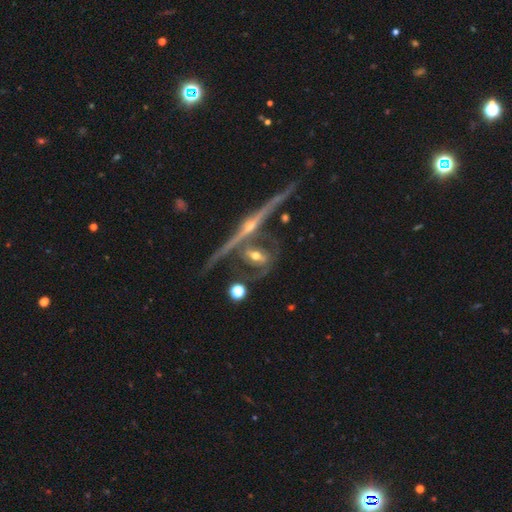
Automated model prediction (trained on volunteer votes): Smooth or featured: featured or disk — 79% (smooth — 13%)
Edge-on disk: yes — 56% (no — 44%)
Merging: none — 52% (merger — 22%)